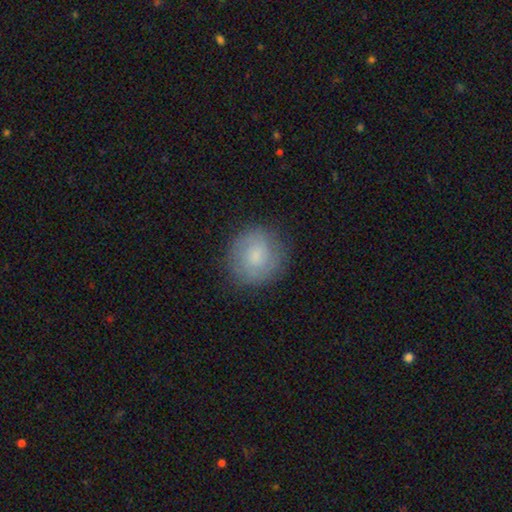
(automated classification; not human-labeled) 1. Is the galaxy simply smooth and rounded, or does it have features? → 62% smooth, 30% featured or disk, 8% star or artifact.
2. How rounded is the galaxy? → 87% round, 12% in between, 1% cigar-shaped.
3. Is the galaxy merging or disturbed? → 83% none, 12% minor disturbance, 4% major disturbance, 1% merger.